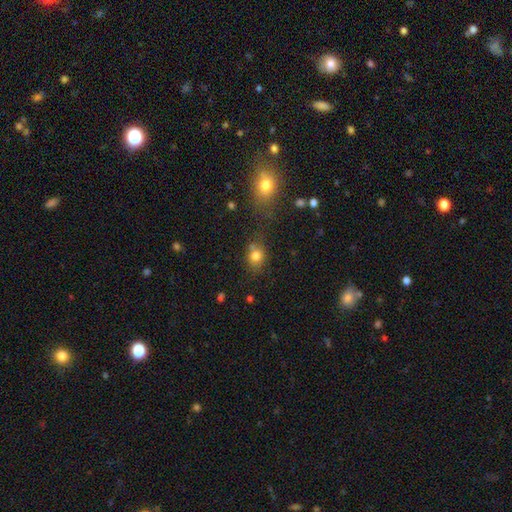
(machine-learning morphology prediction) smooth-or-featured: smooth: 78% | star or artifact: 13% | featured or disk: 9%
  how-rounded: round: 65% | in between: 34% | cigar-shaped: 1%
  merging: none: 61% | merger: 17% | minor disturbance: 15% | major disturbance: 6%